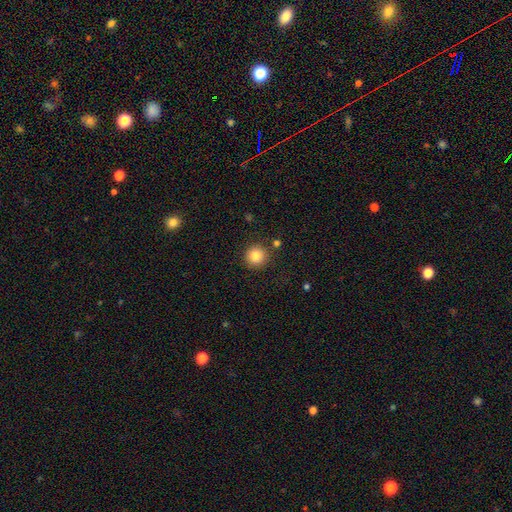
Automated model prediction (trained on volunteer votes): Smooth or featured? Predicted: smooth (p=0.83). How rounded? Predicted: round (p=0.95). Merging? Predicted: none (p=0.88).